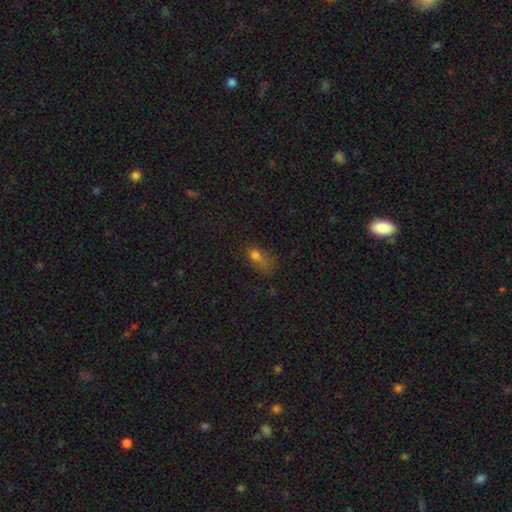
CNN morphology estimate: Smooth or featured? smooth (69%)
How rounded? in between (70%)
Merging? major disturbance (33%)